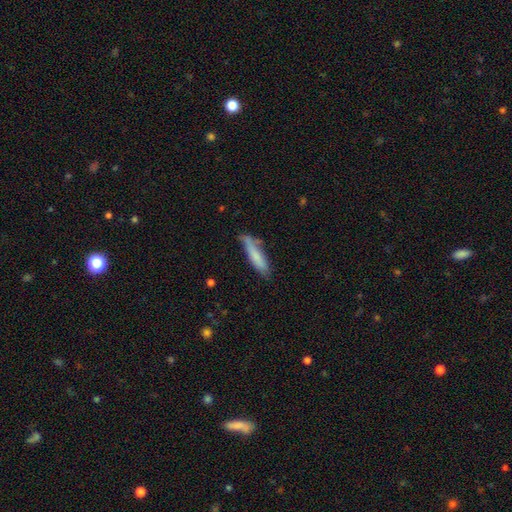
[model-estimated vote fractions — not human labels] This is likely a smooth galaxy (75%). How rounded: likely cigar-shaped (78%). Merging: likely none (64%).